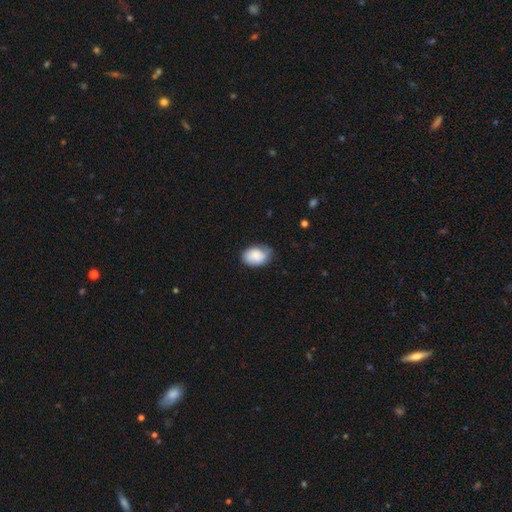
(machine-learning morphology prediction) Smooth or featured? Predicted: smooth (p=0.81). How rounded? Predicted: in between (p=0.78). Merging? Predicted: none (p=0.58).